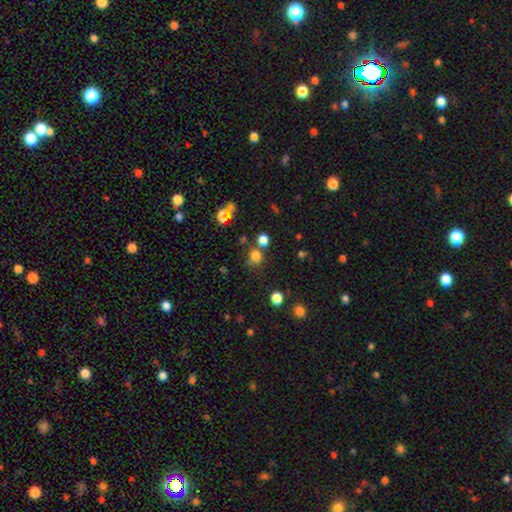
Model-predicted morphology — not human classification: smooth_or_featured: smooth (p=0.76) [alt: star or artifact p=0.18]
how_rounded: round (p=0.79) [alt: in between p=0.20]
merging: none (p=0.65) [alt: merger p=0.15]